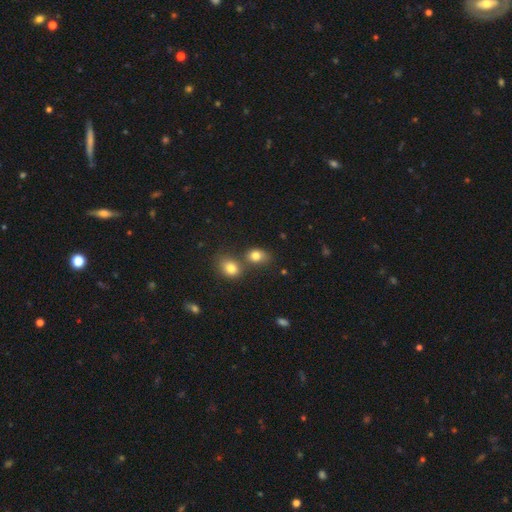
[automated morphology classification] A smooth galaxy with no disk features (81%) that is in between round and cigar-shaped (62%). Merging: none (46%).